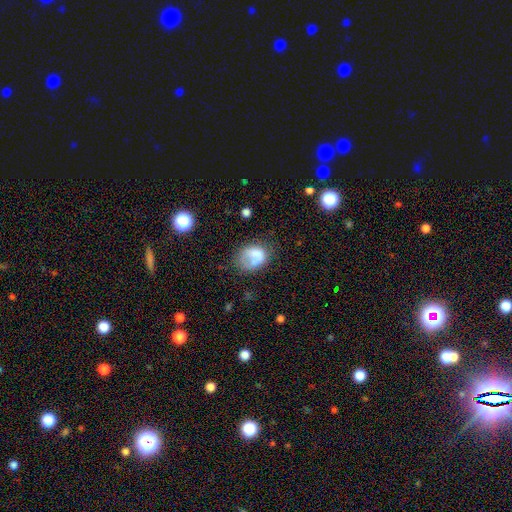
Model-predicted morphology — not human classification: Smooth or featured: smooth — 67% (featured or disk — 23%)
How rounded: in between — 59% (round — 40%)
Merging: none — 40% (major disturbance — 28%)